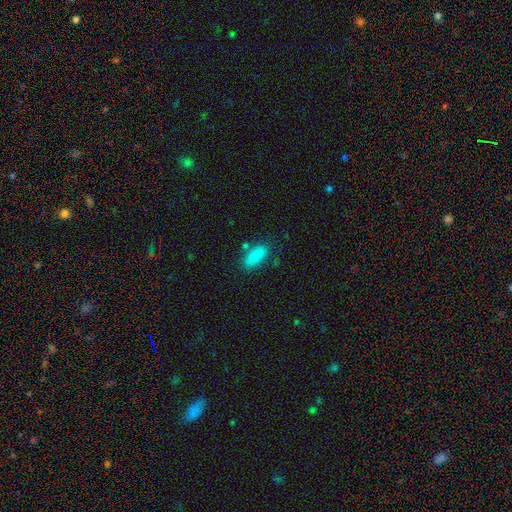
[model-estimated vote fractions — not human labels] Smooth or featured?
  - smooth: 86% *
  - star or artifact: 7%
  - featured or disk: 7%
How rounded?
  - in between: 83% *
  - cigar-shaped: 14%
  - round: 3%
Merging?
  - none: 73% *
  - minor disturbance: 15%
  - merger: 7%
  - major disturbance: 4%